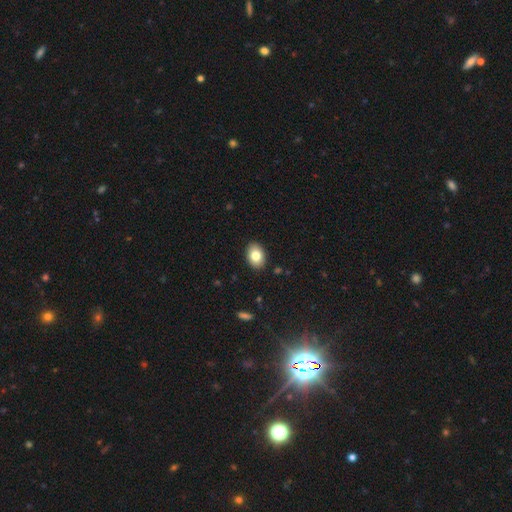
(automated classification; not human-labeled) This is clearly a smooth galaxy (81%). How rounded: clearly in between (81%). Merging: clearly none (89%).